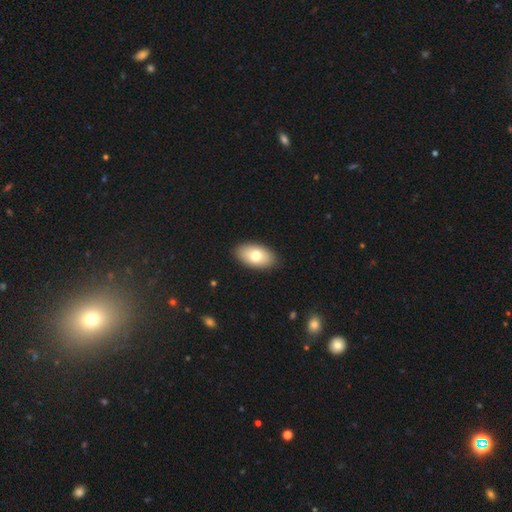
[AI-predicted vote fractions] Q: Smooth or featured?
A: smooth (76%); runner-up: featured or disk (18%)
Q: How rounded?
A: in between (94%); runner-up: round (4%)
Q: Merging?
A: none (89%); runner-up: minor disturbance (8%)